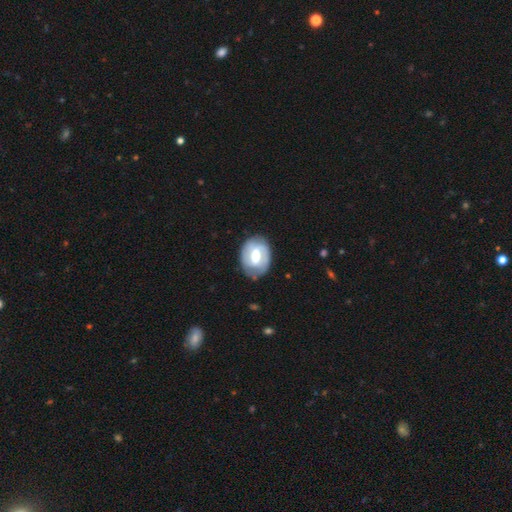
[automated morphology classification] Smooth or featured? featured or disk (70%)
Edge-on disk? no (96%)
Bar? weak (48%)
Spiral arms? yes (76%)
Spiral winding? tight (52%)
Spiral arm count? 2 (73%)
Bulge size? moderate (64%)
Merging? none (76%)